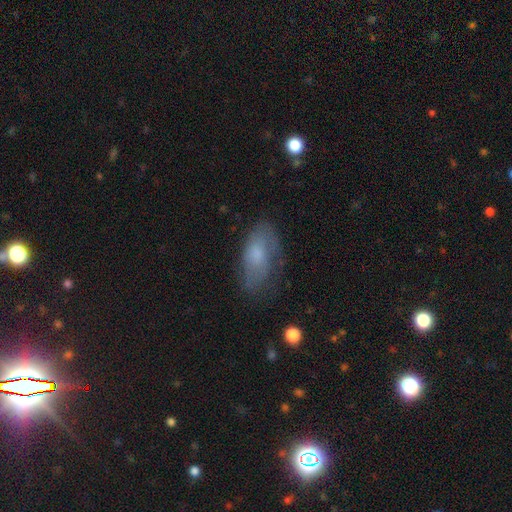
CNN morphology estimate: The model was most divided on "smooth or featured": smooth: 59%, featured or disk: 32%, star or artifact: 9%. More confident: how rounded — in between (88%); merging — none (62%).